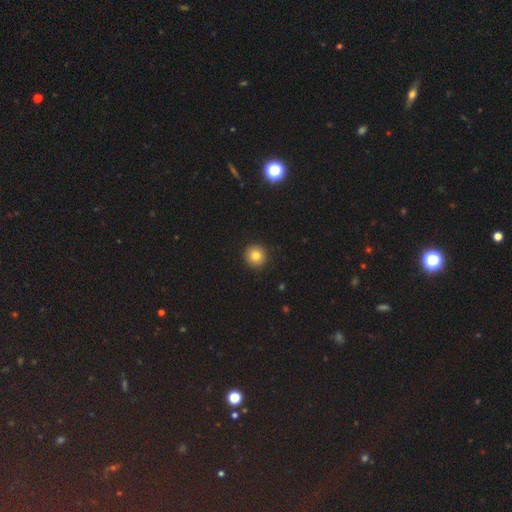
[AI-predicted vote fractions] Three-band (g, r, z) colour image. It shows a smooth galaxy with no disk features (80%) that is round (95%). Merging: none (93%).